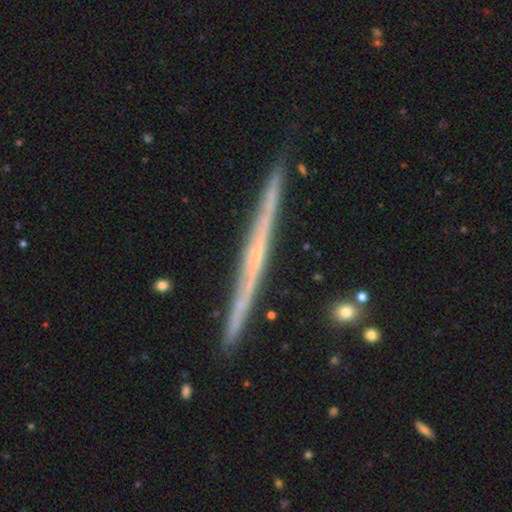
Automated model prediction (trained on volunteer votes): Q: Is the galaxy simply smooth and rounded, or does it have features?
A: featured or disk — 73%.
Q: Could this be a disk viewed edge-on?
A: yes — 98%.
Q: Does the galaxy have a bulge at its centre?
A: none — 78%.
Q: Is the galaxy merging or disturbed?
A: none — 91%.